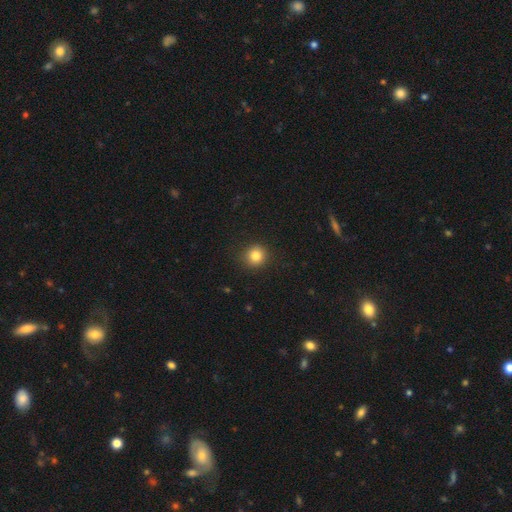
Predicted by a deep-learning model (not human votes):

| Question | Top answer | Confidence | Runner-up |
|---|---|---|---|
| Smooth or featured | smooth | 83% | star or artifact (11%) |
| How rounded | round | 90% | in between (9%) |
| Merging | none | 90% | minor disturbance (7%) |